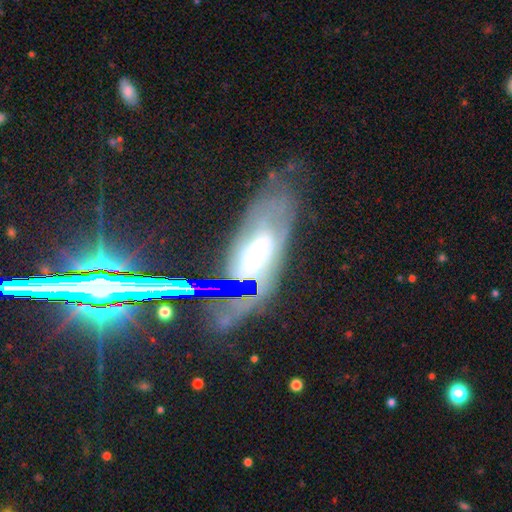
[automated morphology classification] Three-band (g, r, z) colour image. It shows a featured or disk galaxy (64%) with no bar (52%), spiral arms (77%) and a small central bulge (51%). Merging: none (59%).